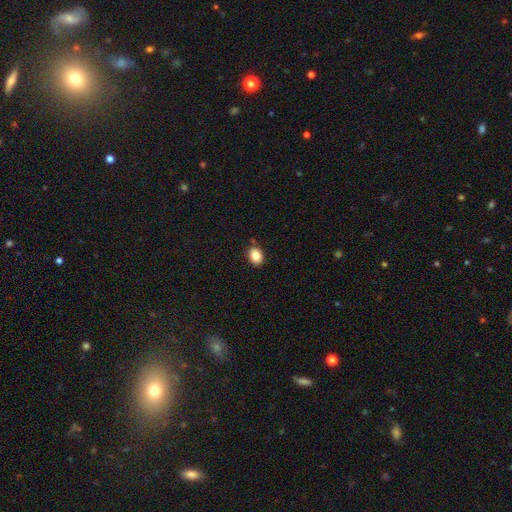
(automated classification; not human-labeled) The model was most divided on "how rounded": in between: 58%, round: 41%, cigar-shaped: 1%. More confident: merging — none (85%); smooth or featured — smooth (85%).